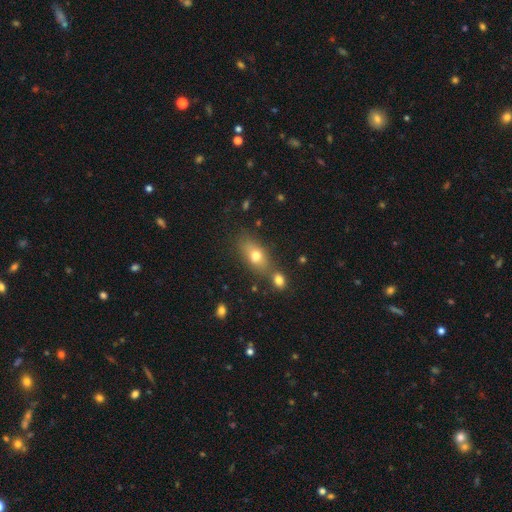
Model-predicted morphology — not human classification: This appears to be a smooth galaxy with no disk features (71%) that is in between round and cigar-shaped (78%). Merging: none (55%).